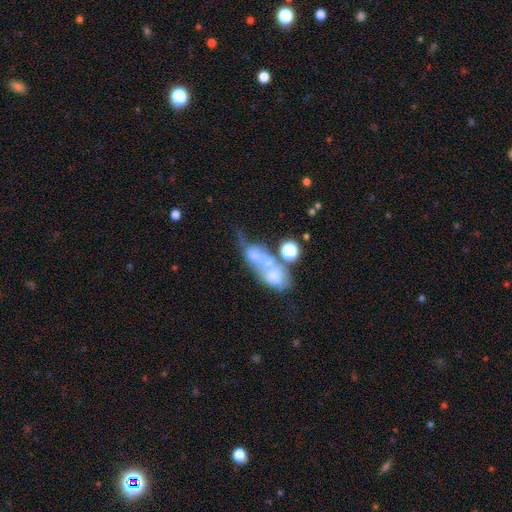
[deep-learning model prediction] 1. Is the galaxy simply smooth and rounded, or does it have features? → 46% smooth, 38% featured or disk, 16% star or artifact.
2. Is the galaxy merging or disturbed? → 64% merger, 14% major disturbance, 13% none, 8% minor disturbance.